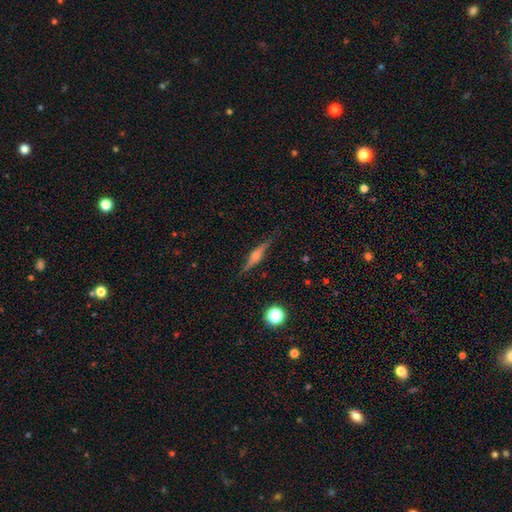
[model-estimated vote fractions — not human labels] Q: Smooth or featured?
A: featured or disk (69%); runner-up: smooth (23%)
Q: Edge-on disk?
A: yes (96%); runner-up: no (4%)
Q: Edge-on bulge?
A: rounded (83%); runner-up: boxy (12%)
Q: Merging?
A: none (85%); runner-up: minor disturbance (11%)